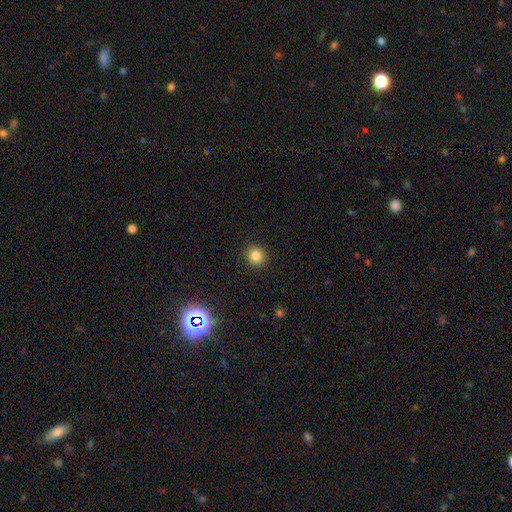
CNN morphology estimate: A smooth galaxy with no disk features (82%) that is round (91%).

Vote fractions:
- Smooth or featured? smooth: 82% / star or artifact: 12% / featured or disk: 6%
- How rounded? round: 91% / in between: 8% / cigar-shaped: 1%
- Merging? none: 92% / minor disturbance: 5% / major disturbance: 2% / merger: 1%